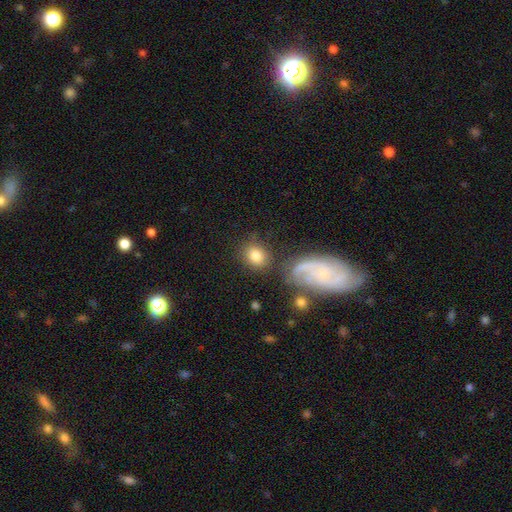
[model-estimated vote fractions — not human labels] Q: Smooth or featured?
A: smooth (78%); runner-up: featured or disk (12%)
Q: How rounded?
A: round (66%); runner-up: in between (32%)
Q: Merging?
A: none (71%); runner-up: minor disturbance (13%)